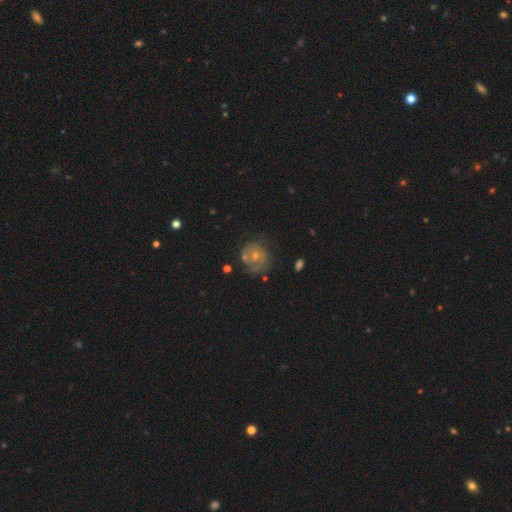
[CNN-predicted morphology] smooth_or_featured: featured or disk (p=0.68) [alt: smooth p=0.24]
disk_edge_on: no (p=0.98) [alt: yes p=0.02]
bar: no (p=0.76) [alt: weak p=0.21]
has_spiral_arms: yes (p=0.81) [alt: no p=0.19]
spiral_winding: tight (p=0.56) [alt: medium p=0.31]
spiral_arm_count: 2 (p=0.37) [alt: can't tell p=0.27]
bulge_size: small (p=0.53) [alt: moderate p=0.40]
merging: none (p=0.58) [alt: minor disturbance p=0.22]